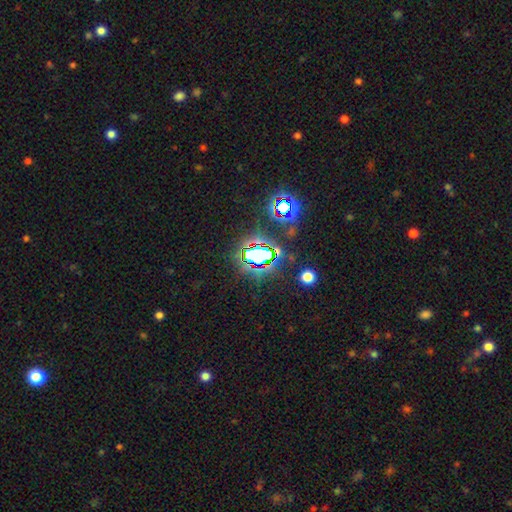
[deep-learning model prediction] A star or artifact, not a galaxy (70%).